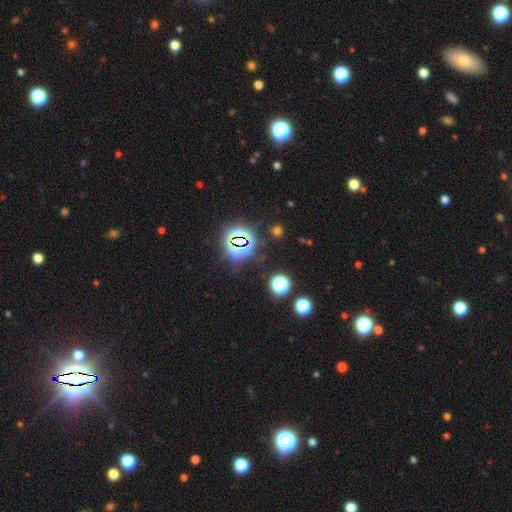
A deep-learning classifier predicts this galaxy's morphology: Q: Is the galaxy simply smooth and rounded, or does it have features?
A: star or artifact — 80%.